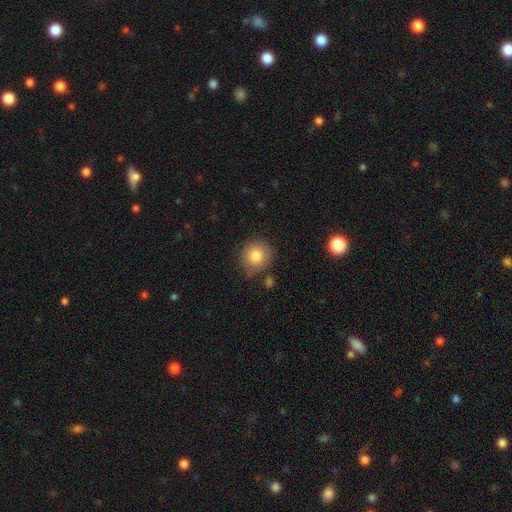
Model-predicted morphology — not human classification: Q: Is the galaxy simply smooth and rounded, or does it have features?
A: smooth — 82%.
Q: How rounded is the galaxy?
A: round — 89%.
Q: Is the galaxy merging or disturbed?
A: none — 76%.